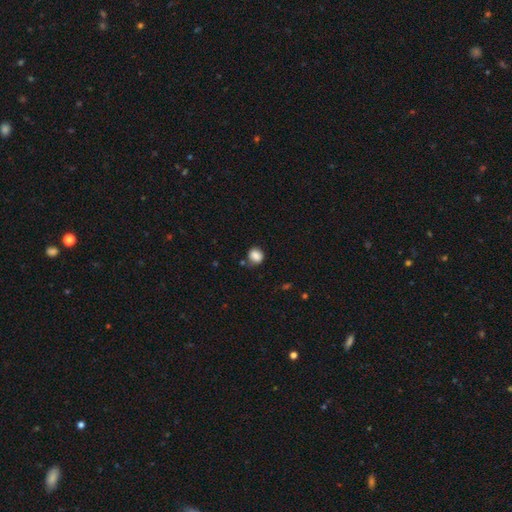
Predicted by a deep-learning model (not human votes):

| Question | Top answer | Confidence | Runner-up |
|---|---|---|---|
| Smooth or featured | smooth | 85% | star or artifact (10%) |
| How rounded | round | 67% | in between (32%) |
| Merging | none | 73% | minor disturbance (18%) |